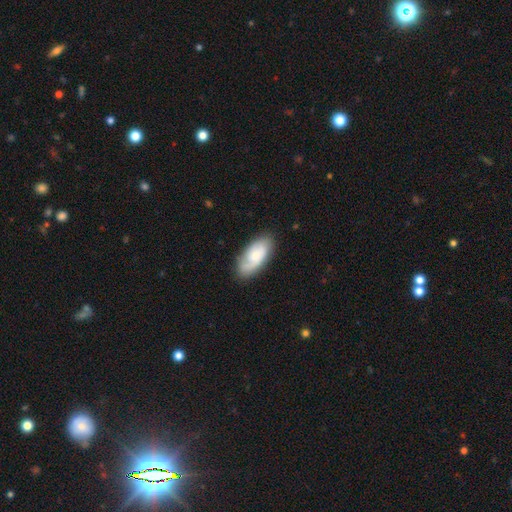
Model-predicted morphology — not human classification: Smooth or featured: smooth — 58% (featured or disk — 35%)
How rounded: in between — 90% (cigar-shaped — 7%)
Merging: none — 78% (minor disturbance — 16%)